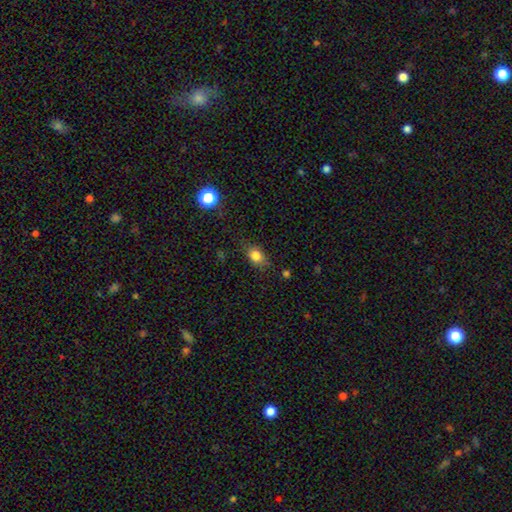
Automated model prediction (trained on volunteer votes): Smooth or featured? smooth (82%)
How rounded? in between (61%)
Merging? none (76%)